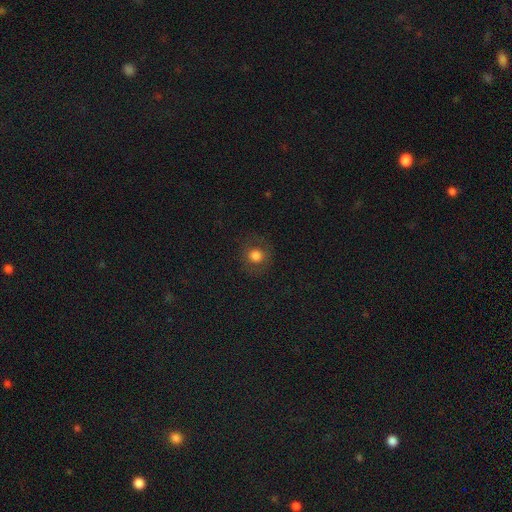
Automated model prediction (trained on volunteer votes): This appears to be a smooth galaxy with no disk features (76%) that is round (88%). Merging: none (84%).